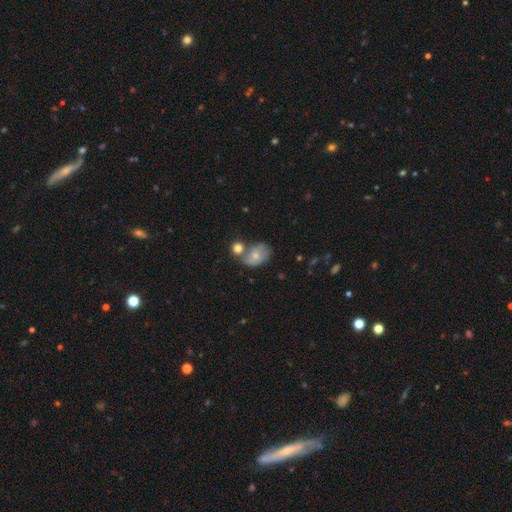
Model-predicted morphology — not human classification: Smooth or featured? smooth (65%)
How rounded? in between (66%)
Merging? none (40%)